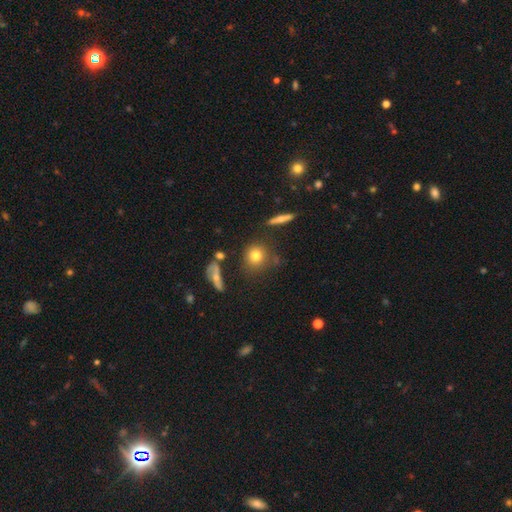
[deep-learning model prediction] Smooth or featured? Predicted: smooth (p=0.75). How rounded? Predicted: round (p=0.84). Merging? Predicted: none (p=0.74).